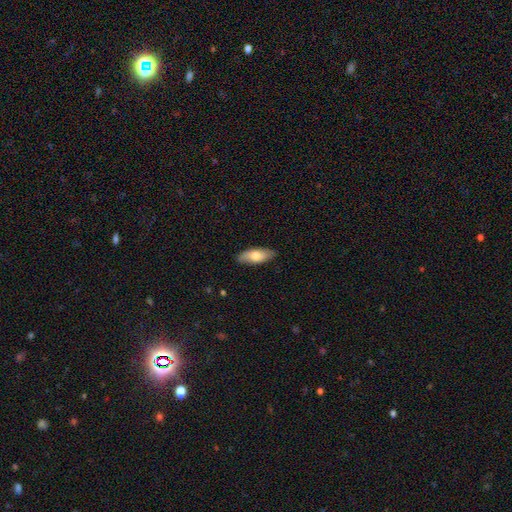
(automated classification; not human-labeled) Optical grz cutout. It shows a smooth galaxy with no disk features (70%) that is in between round and cigar-shaped (78%). Merging: none (85%).